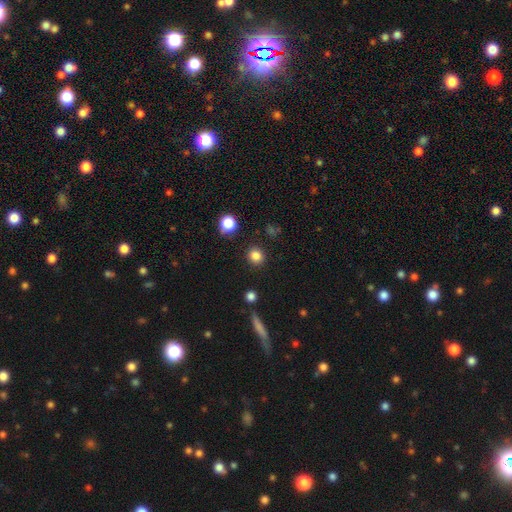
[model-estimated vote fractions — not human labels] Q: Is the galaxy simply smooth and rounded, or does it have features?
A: smooth — 83%.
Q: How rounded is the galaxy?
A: round — 87%.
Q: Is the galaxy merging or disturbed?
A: none — 90%.